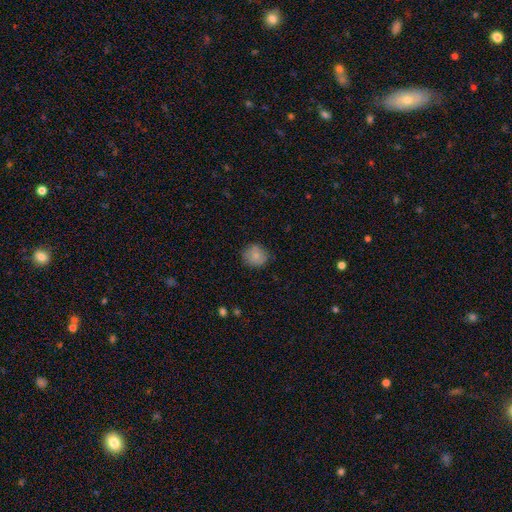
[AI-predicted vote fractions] Morphology: type=smooth (81%); roundness=round (84%); merging=none (79%).